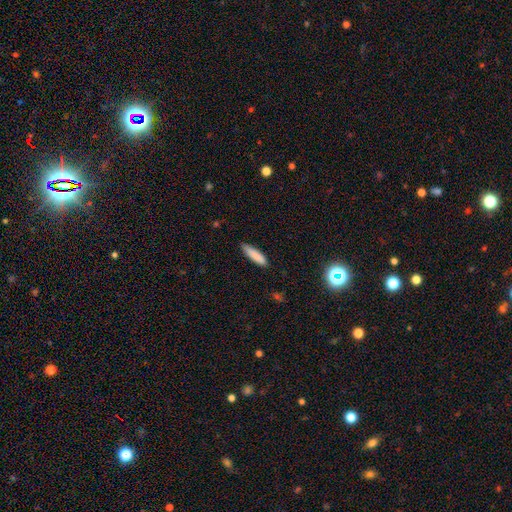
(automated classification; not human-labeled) Smooth or featured? smooth (86%)
How rounded? cigar-shaped (73%)
Merging? none (84%)